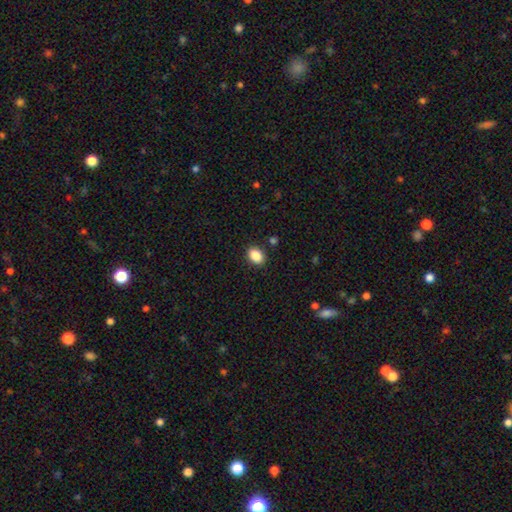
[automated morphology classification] A smooth galaxy with no disk features (87%) that is in between round and cigar-shaped (67%).

Vote fractions:
- Smooth or featured? smooth: 87% / star or artifact: 9% / featured or disk: 4%
- How rounded? in between: 67% / round: 32% / cigar-shaped: 1%
- Merging? none: 88% / minor disturbance: 8% / major disturbance: 2% / merger: 2%